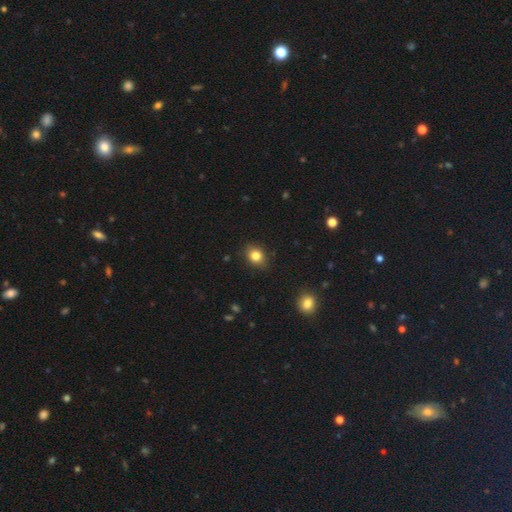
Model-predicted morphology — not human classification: Smooth or featured: smooth — 83% (star or artifact — 11%)
How rounded: round — 50% (in between — 49%)
Merging: none — 86% (minor disturbance — 11%)